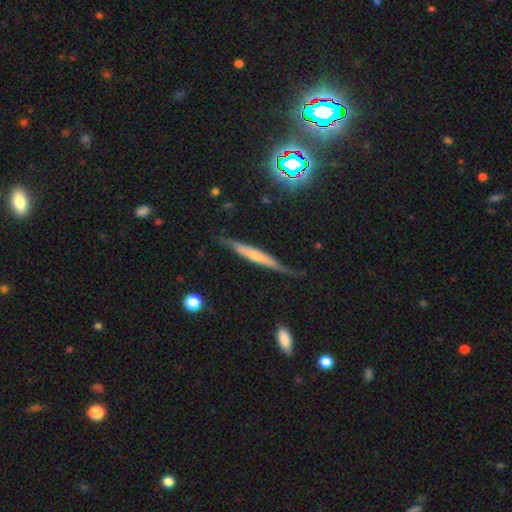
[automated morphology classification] smooth-or-featured: featured or disk: 53% | smooth: 40% | star or artifact: 7%
  disk-edge-on: yes: 88% | no: 12%
  merging: none: 70% | minor disturbance: 22% | major disturbance: 6% | merger: 2%